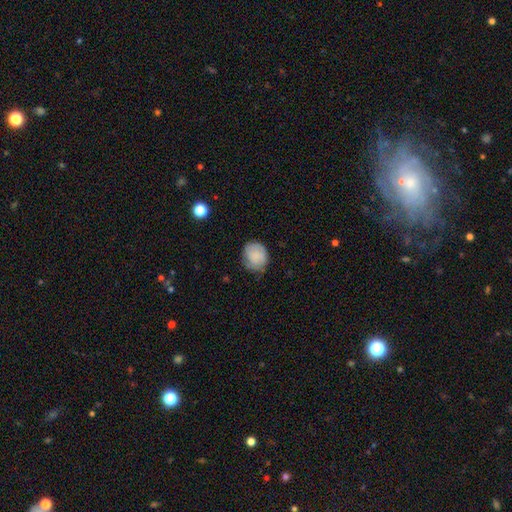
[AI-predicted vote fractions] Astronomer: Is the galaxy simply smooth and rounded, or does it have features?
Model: smooth — 75%.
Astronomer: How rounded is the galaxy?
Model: round — 70%.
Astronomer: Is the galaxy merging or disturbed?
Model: none — 69%.